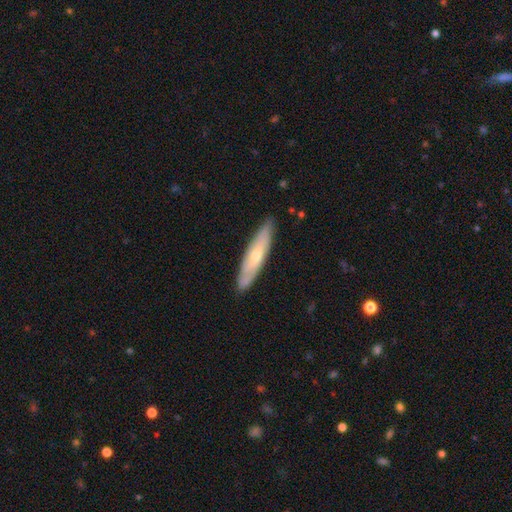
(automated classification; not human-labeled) Q: Smooth or featured?
A: featured or disk (50%); runner-up: smooth (44%)
Q: Edge-on disk?
A: yes (63%); runner-up: no (37%)
Q: Merging?
A: none (86%); runner-up: minor disturbance (11%)